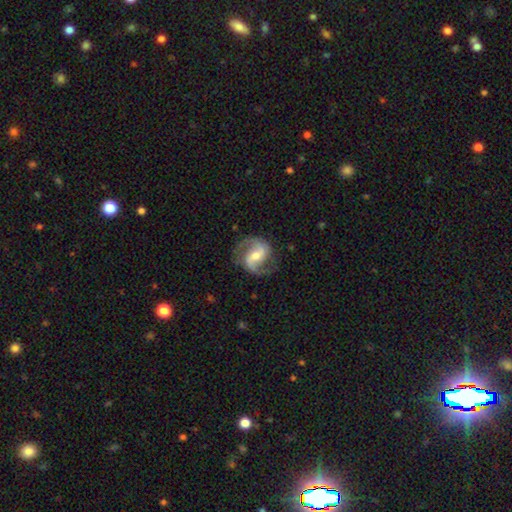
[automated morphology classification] This appears to be a featured or disk galaxy (88%) with a weak bar (48%), 2 (93%) medium (55%) spiral arms (97%) and a moderate central bulge (62%). Merging: none (78%).